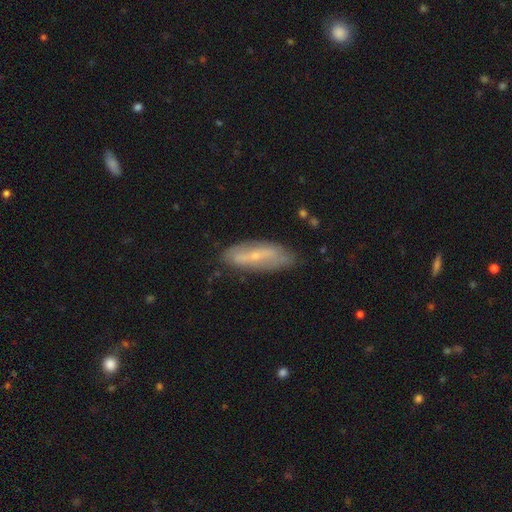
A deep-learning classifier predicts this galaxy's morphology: A featured or disk galaxy (60%).

Vote fractions:
- Smooth or featured? featured or disk: 60% / smooth: 32% / star or artifact: 8%
- Edge-on disk? no: 73% / yes: 27%
- Merging? none: 75% / minor disturbance: 18% / major disturbance: 5% / merger: 2%